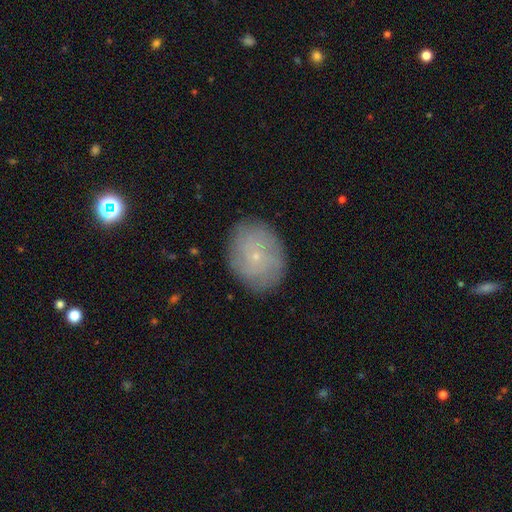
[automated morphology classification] smooth-or-featured: smooth: 47% | featured or disk: 42% | star or artifact: 12%
  merging: none: 84% | minor disturbance: 12% | major disturbance: 3% | merger: 1%